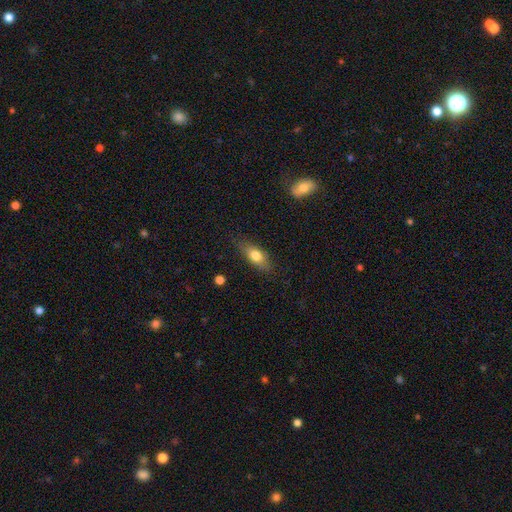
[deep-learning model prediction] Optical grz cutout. It shows a smooth galaxy with no disk features (73%) that is in between round and cigar-shaped (76%). Merging: none (79%).